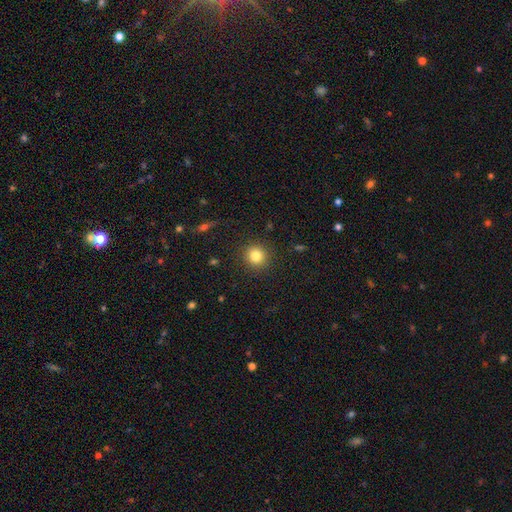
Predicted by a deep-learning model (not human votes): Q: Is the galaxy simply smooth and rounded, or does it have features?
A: smooth — 83%.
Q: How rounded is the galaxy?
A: round — 92%.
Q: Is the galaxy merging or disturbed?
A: none — 90%.